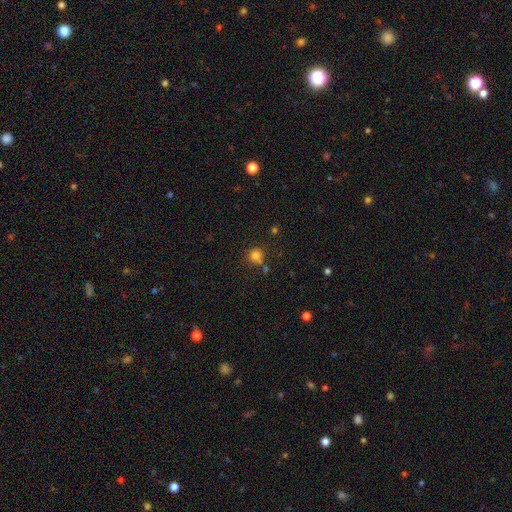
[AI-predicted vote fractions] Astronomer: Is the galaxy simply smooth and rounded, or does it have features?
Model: smooth — 80%.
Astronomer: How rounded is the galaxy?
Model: round — 91%.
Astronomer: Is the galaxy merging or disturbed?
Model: none — 73%.